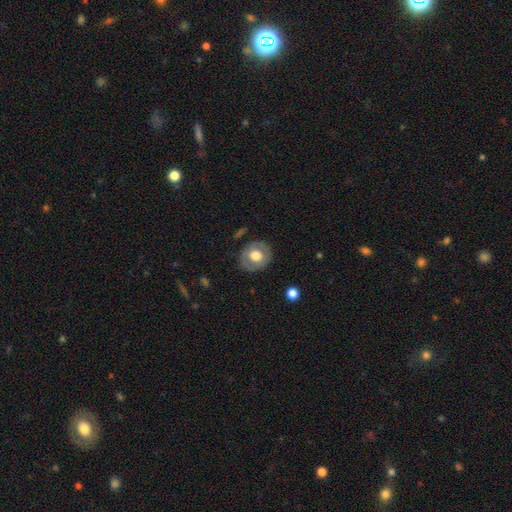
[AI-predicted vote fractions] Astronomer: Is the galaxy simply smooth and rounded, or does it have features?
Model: smooth — 57% (runner-up: featured or disk, 36%).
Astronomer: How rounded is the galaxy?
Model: round — 73%.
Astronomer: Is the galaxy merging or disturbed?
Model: none — 83%.